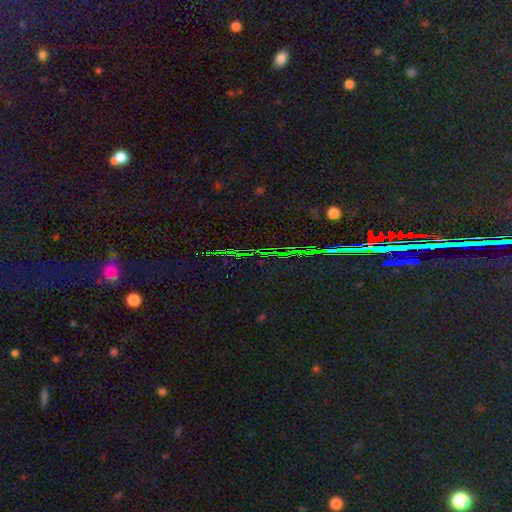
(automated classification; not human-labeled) Smooth or featured? Predicted: star or artifact (p=0.82).